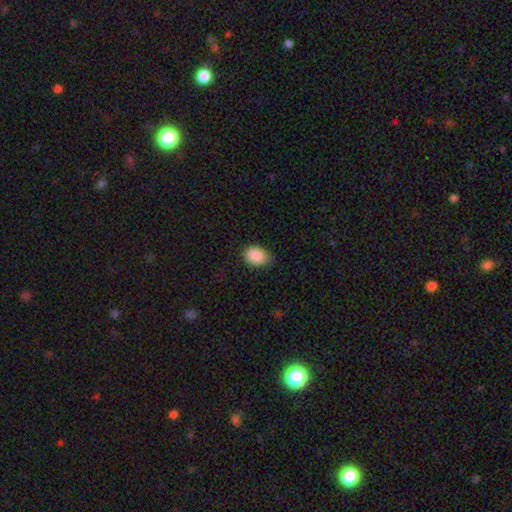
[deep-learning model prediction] smooth 89%, star or artifact 8%, featured or disk 3%. Down the decision tree: how rounded — in between (70%); merging — none (75%).